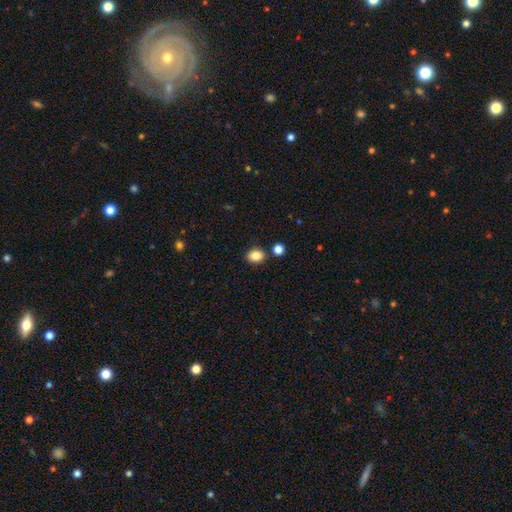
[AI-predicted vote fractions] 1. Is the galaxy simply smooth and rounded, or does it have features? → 85% smooth, 10% star or artifact, 5% featured or disk.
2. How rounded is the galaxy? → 55% round, 44% in between, 1% cigar-shaped.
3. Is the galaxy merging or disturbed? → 84% none, 8% minor disturbance, 6% merger, 2% major disturbance.